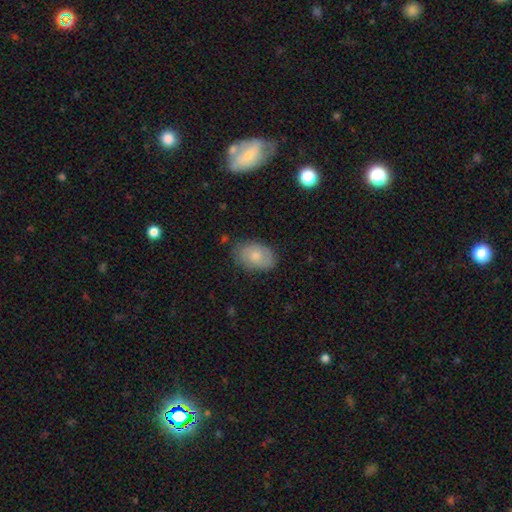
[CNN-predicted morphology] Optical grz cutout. It shows a smooth galaxy with no disk features (75%) that is in between round and cigar-shaped (87%). Merging: none (77%).